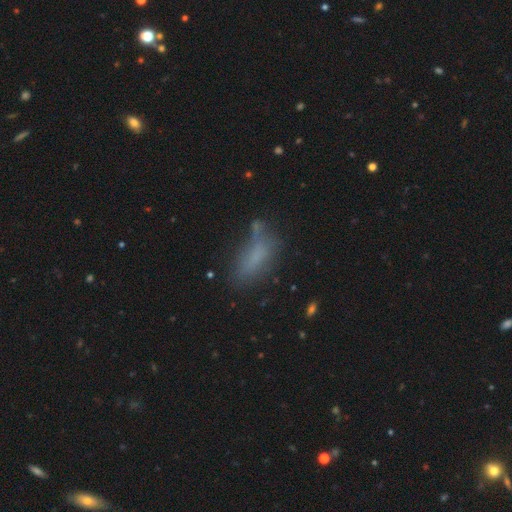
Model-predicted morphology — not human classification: Overall: smooth (62%). How rounded: in between (66%; cigar-shaped 31%). Merging: none (45%; minor disturbance 26%).